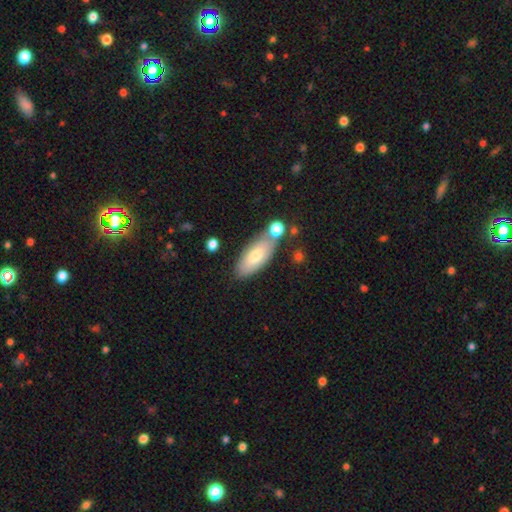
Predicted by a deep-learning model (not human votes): smooth_or_featured: smooth (p=0.70) [alt: featured or disk p=0.24]
how_rounded: in between (p=0.82) [alt: cigar-shaped p=0.16]
merging: none (p=0.66) [alt: minor disturbance p=0.17]